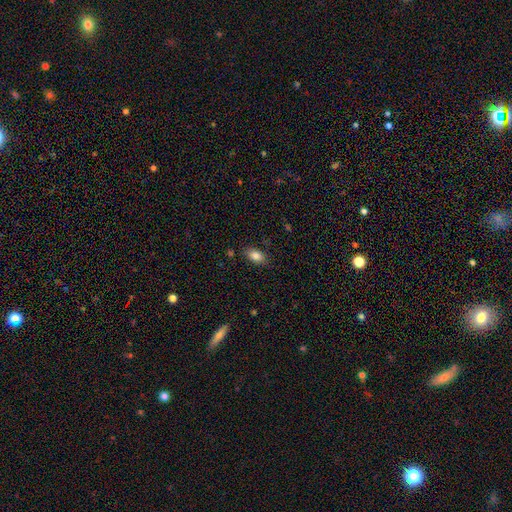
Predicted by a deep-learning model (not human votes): Smooth or featured? smooth (84%)
How rounded? in between (90%)
Merging? none (84%)